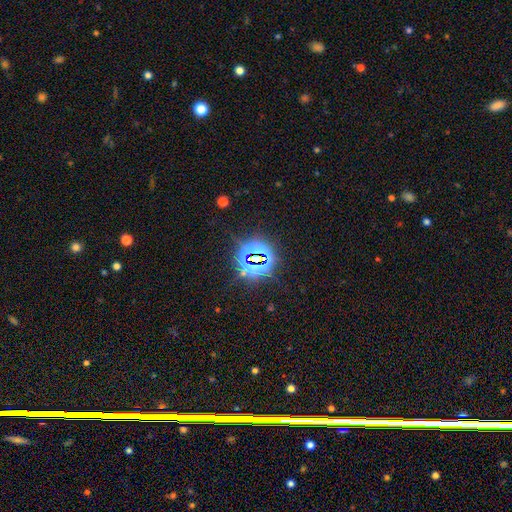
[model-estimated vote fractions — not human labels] smooth_or_featured: star or artifact (p=0.82) [alt: smooth p=0.10]